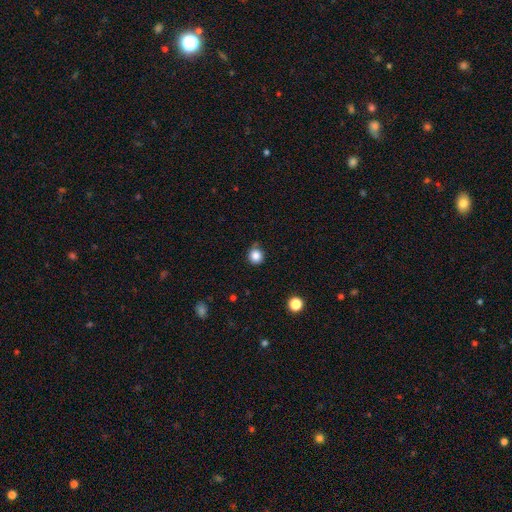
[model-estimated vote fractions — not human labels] This is clearly a smooth galaxy (85%). How rounded: clearly round (90%). Merging: likely none (79%).